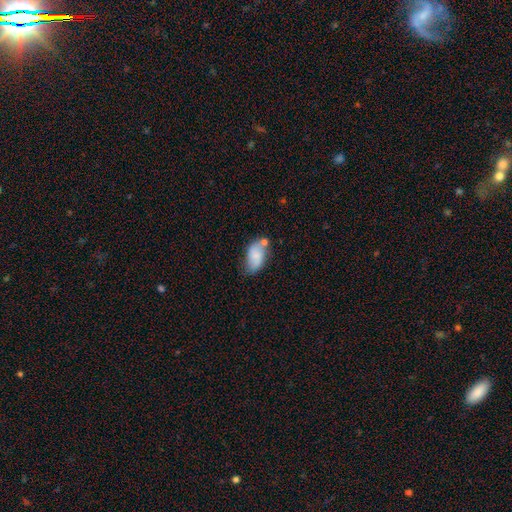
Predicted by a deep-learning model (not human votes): Smooth or featured? smooth (73%)
How rounded? in between (92%)
Merging? none (50%)